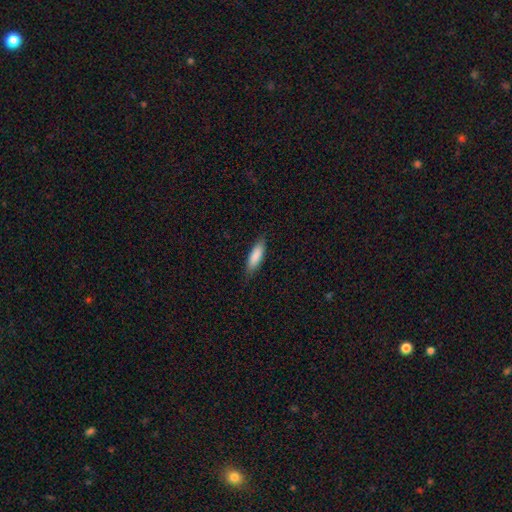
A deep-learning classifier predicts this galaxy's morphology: Smooth or featured: smooth — 86% (featured or disk — 8%)
How rounded: in between — 50% (cigar-shaped — 49%)
Merging: none — 84% (minor disturbance — 13%)